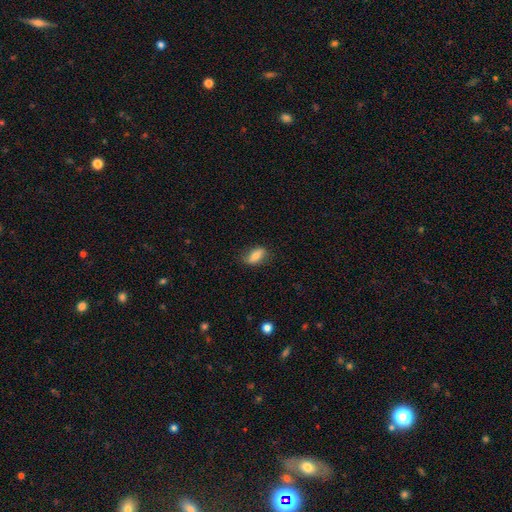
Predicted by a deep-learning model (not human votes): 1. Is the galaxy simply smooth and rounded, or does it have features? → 75% smooth, 18% featured or disk, 7% star or artifact.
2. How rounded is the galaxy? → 84% in between, 11% cigar-shaped, 6% round.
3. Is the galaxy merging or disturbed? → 74% none, 20% minor disturbance, 5% major disturbance, 1% merger.